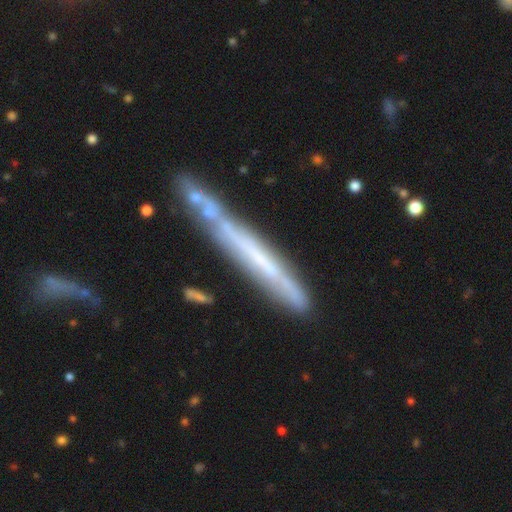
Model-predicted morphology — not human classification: smooth_or_featured: featured or disk (p=0.63) [alt: smooth p=0.30]
disk_edge_on: yes (p=0.87) [alt: no p=0.13]
edge_on_bulge: none (p=0.86) [alt: rounded p=0.08]
merging: none (p=0.65) [alt: minor disturbance p=0.19]